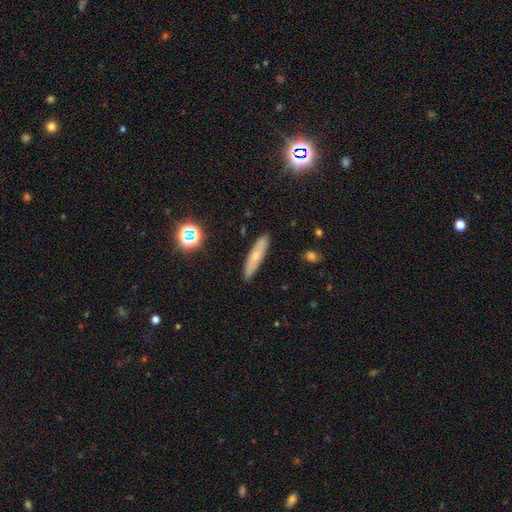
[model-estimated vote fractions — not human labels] smooth 57%, featured or disk 33%, star or artifact 10%. Down the decision tree: how rounded — cigar-shaped (80%); merging — none (86%).